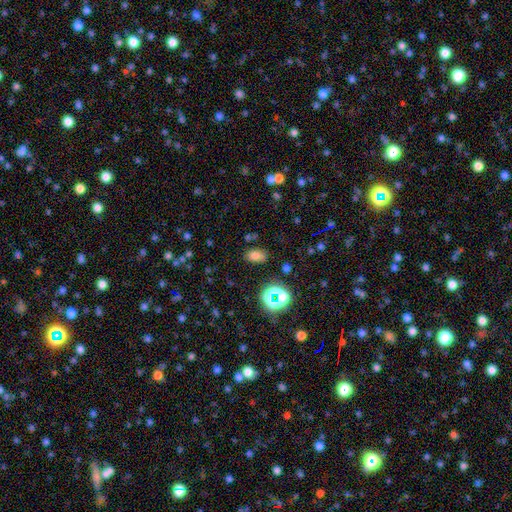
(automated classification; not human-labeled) smooth-or-featured: smooth: 71% | star or artifact: 20% | featured or disk: 9%
  how-rounded: in between: 86% | round: 13% | cigar-shaped: 2%
  merging: none: 79% | minor disturbance: 13% | major disturbance: 4% | merger: 4%